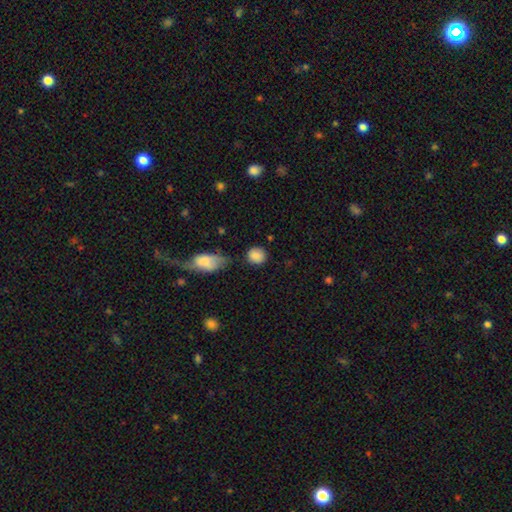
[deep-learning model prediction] Q: Smooth or featured?
A: smooth (86%); runner-up: star or artifact (8%)
Q: How rounded?
A: round (84%); runner-up: in between (14%)
Q: Merging?
A: none (74%); runner-up: minor disturbance (15%)